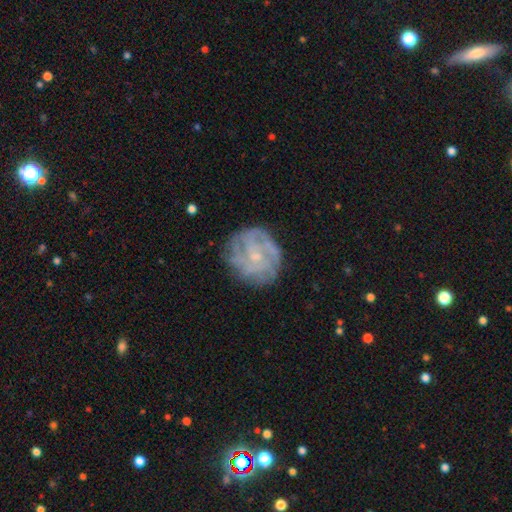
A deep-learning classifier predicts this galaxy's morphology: Smooth or featured?
  - featured or disk: 71% *
  - smooth: 20%
  - star or artifact: 9%
Edge-on disk?
  - no: 98% *
  - yes: 2%
Bar?
  - no: 72% *
  - weak: 24%
  - strong: 4%
Spiral arms?
  - yes: 81% *
  - no: 19%
Spiral winding?
  - tight: 59% *
  - medium: 30%
  - loose: 11%
Spiral arm count?
  - can't tell: 46% *
  - 4: 17%
  - 3: 14%
  - 2: 9%
  - more than 4: 8%
  - 1: 6%
Bulge size?
  - small: 68% *
  - moderate: 22%
  - none: 8%
  - large: 1%
  - dominant: 1%
Merging?
  - none: 76% *
  - minor disturbance: 16%
  - major disturbance: 6%
  - merger: 1%